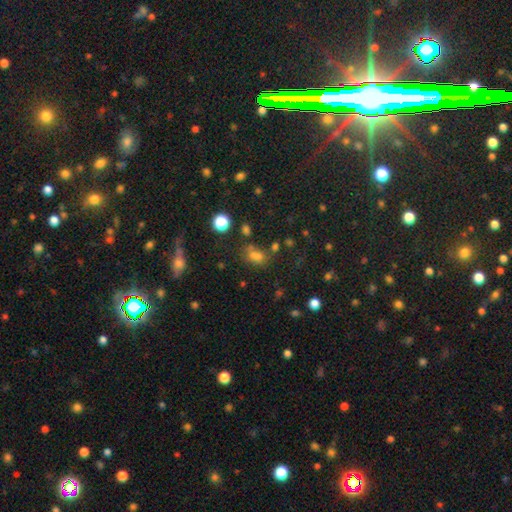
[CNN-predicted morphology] Smooth or featured? Predicted: smooth (p=0.62). How rounded? Predicted: in between (p=0.64). Merging? Predicted: none (p=0.56).